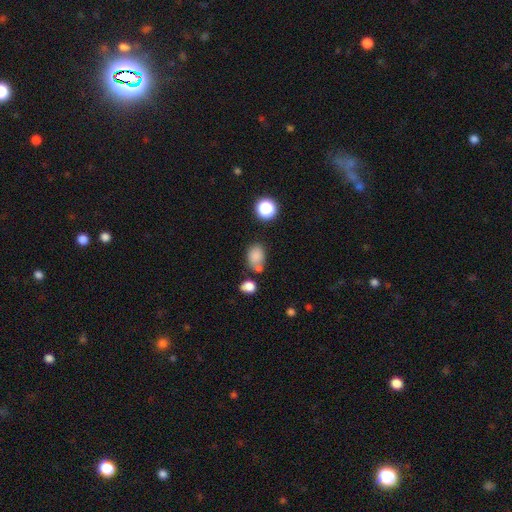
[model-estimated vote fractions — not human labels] A smooth galaxy with no disk features (80%) that is in between round and cigar-shaped (70%).

Vote fractions:
- Smooth or featured? smooth: 80% / star or artifact: 12% / featured or disk: 8%
- How rounded? in between: 70% / round: 29% / cigar-shaped: 1%
- Merging? none: 51% / merger: 24% / minor disturbance: 18% / major disturbance: 7%